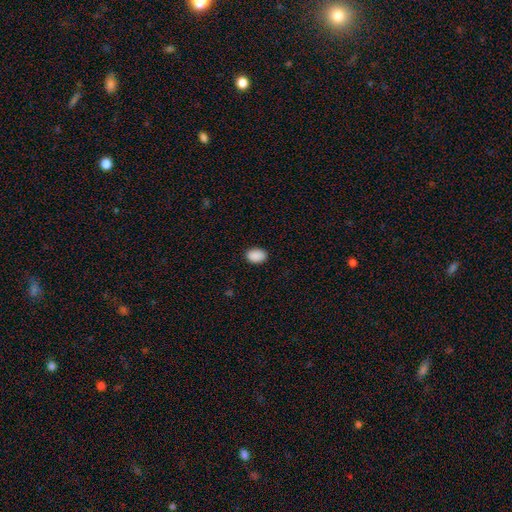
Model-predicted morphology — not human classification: smooth_or_featured: smooth (p=0.90) [alt: star or artifact p=0.07]
how_rounded: in between (p=0.80) [alt: round p=0.19]
merging: none (p=0.89) [alt: minor disturbance p=0.08]